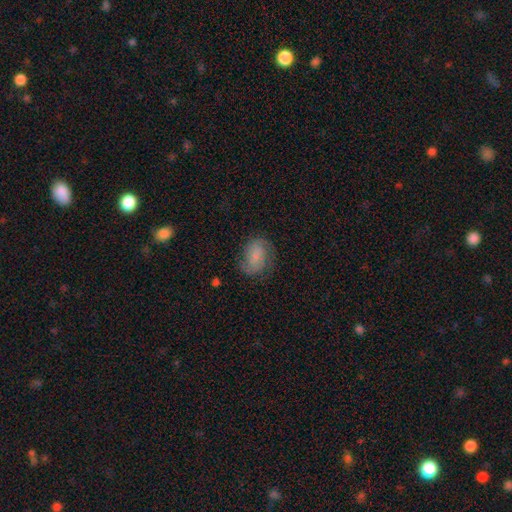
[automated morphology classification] This appears to be a featured or disk galaxy (50%). Merging: none (69%).